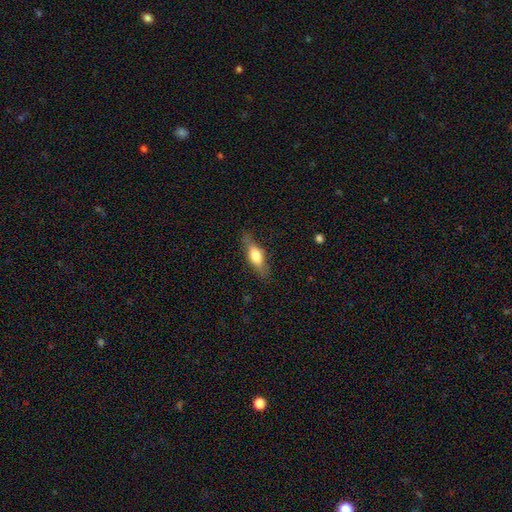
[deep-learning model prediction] Morphology: type=smooth (59%); roundness=in between (52%); merging=none (80%).